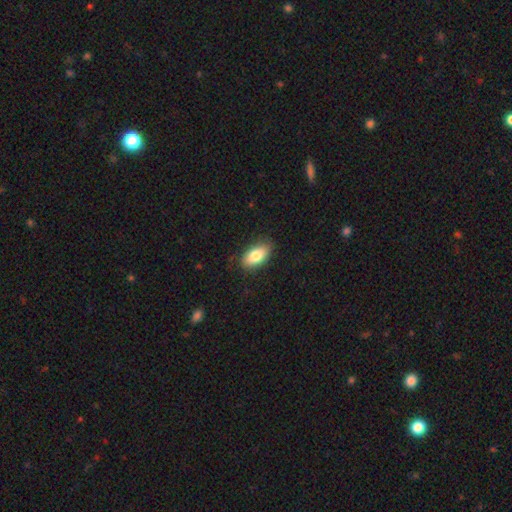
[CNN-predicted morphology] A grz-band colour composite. It shows a smooth galaxy with no disk features (82%) that is in between round and cigar-shaped (91%). Merging: none (83%).